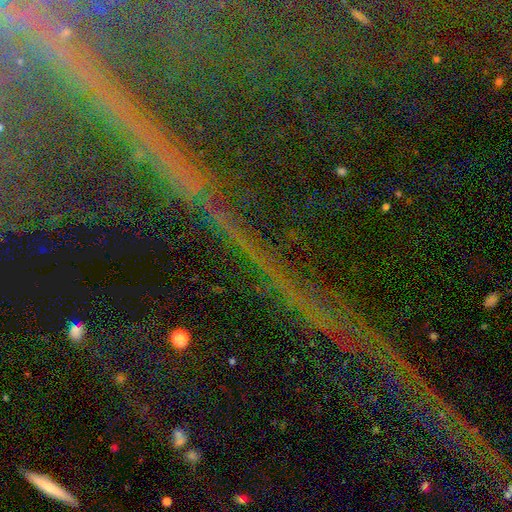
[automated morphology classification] This appears to be a star or artifact, not a galaxy (80%).